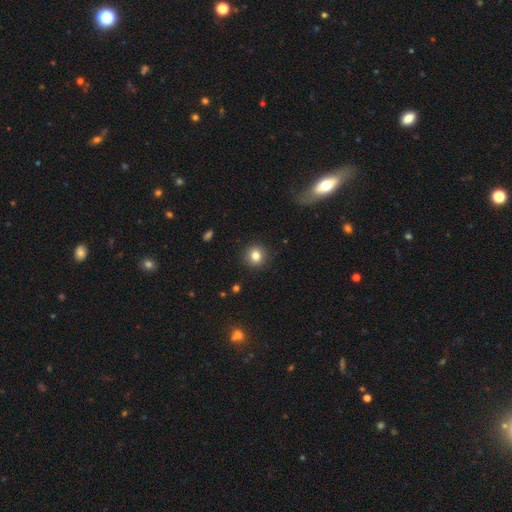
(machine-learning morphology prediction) smooth_or_featured: smooth (p=0.82) [alt: star or artifact p=0.11]
how_rounded: round (p=0.91) [alt: in between p=0.08]
merging: none (p=0.91) [alt: minor disturbance p=0.06]